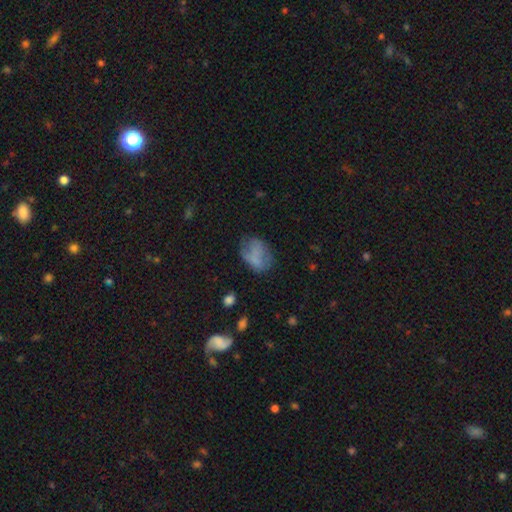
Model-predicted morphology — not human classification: Smooth or featured?
  - smooth: 61% *
  - featured or disk: 27%
  - star or artifact: 11%
How rounded?
  - in between: 78% *
  - round: 21%
  - cigar-shaped: 2%
Merging?
  - none: 47% *
  - minor disturbance: 29%
  - major disturbance: 20%
  - merger: 4%